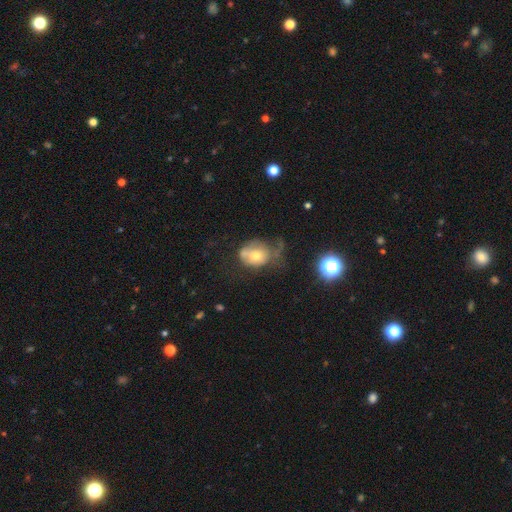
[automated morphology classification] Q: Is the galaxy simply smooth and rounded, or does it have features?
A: smooth — 54%.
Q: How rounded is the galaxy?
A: round — 51%.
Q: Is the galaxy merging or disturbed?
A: major disturbance — 31%.